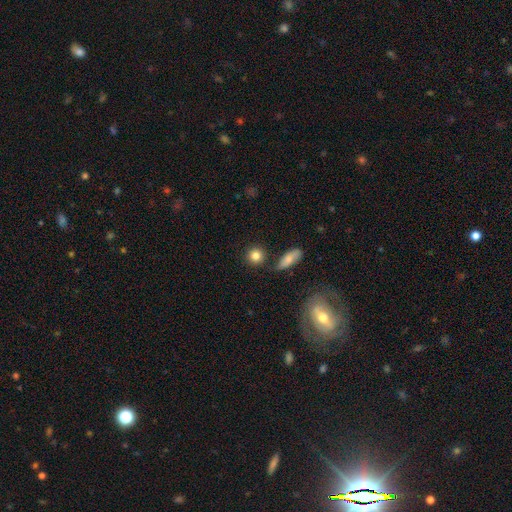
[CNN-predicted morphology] This appears to be a smooth galaxy with no disk features (83%) that is round (88%). Merging: none (82%).